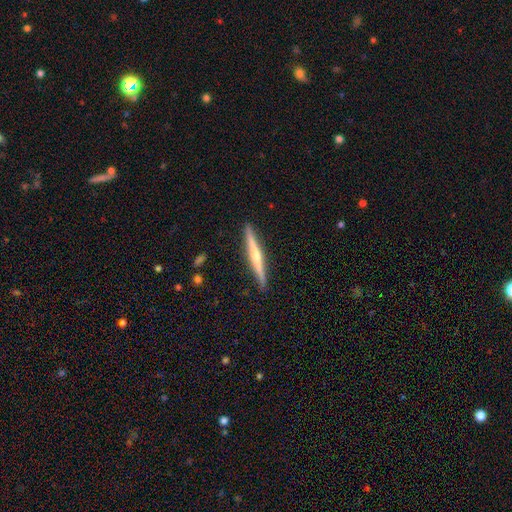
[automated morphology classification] Q: Smooth or featured?
A: featured or disk (64%); runner-up: smooth (30%)
Q: Edge-on disk?
A: yes (98%); runner-up: no (2%)
Q: Edge-on bulge?
A: rounded (62%); runner-up: none (29%)
Q: Merging?
A: none (91%); runner-up: minor disturbance (7%)